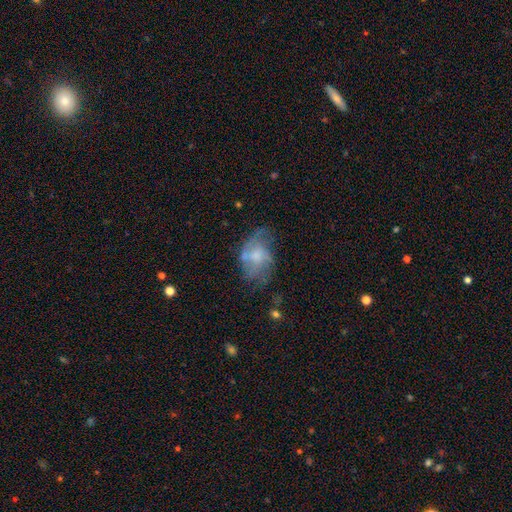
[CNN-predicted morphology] This appears to be a featured or disk galaxy (50%). Merging: none (45%).